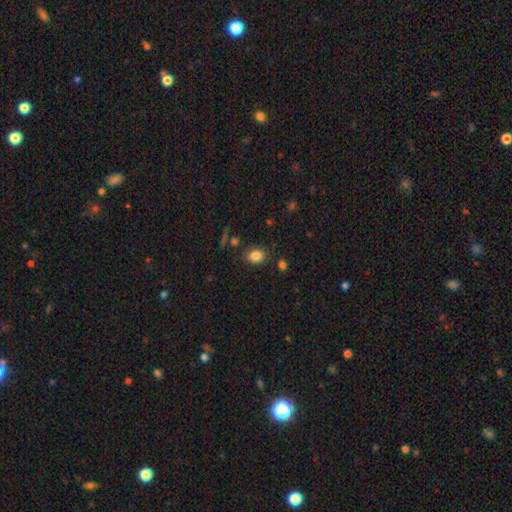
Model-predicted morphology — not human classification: Smooth or featured?
  - smooth: 84% *
  - star or artifact: 11%
  - featured or disk: 6%
How rounded?
  - in between: 55% *
  - round: 44%
  - cigar-shaped: 1%
Merging?
  - none: 81% *
  - minor disturbance: 11%
  - merger: 4%
  - major disturbance: 4%